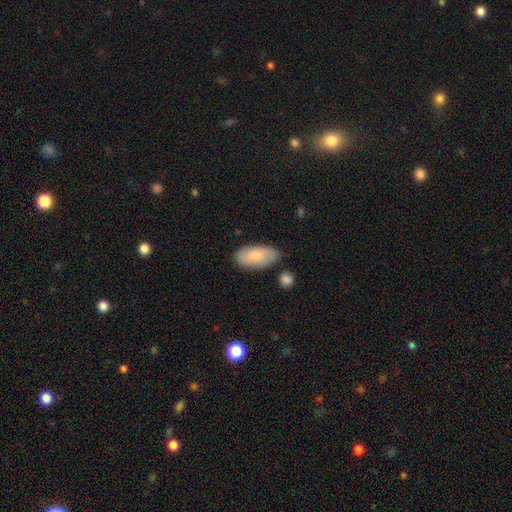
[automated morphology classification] smooth_or_featured: smooth (p=0.79) [alt: featured or disk p=0.15]
how_rounded: in between (p=0.94) [alt: cigar-shaped p=0.04]
merging: none (p=0.76) [alt: minor disturbance p=0.17]